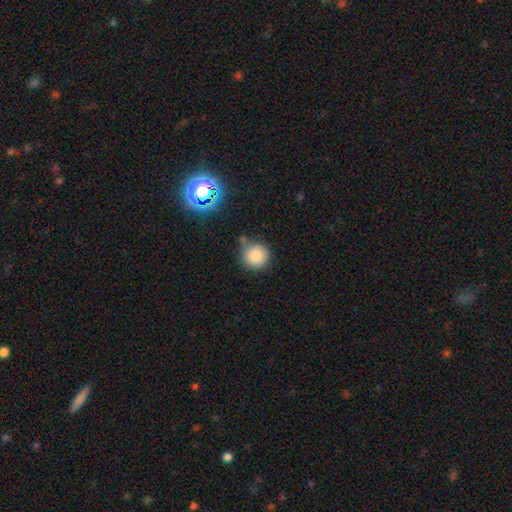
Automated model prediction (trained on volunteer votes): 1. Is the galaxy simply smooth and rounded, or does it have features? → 85% smooth, 10% star or artifact, 5% featured or disk.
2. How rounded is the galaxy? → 92% round, 7% in between, 1% cigar-shaped.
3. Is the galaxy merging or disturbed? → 65% none, 19% minor disturbance, 10% merger, 6% major disturbance.